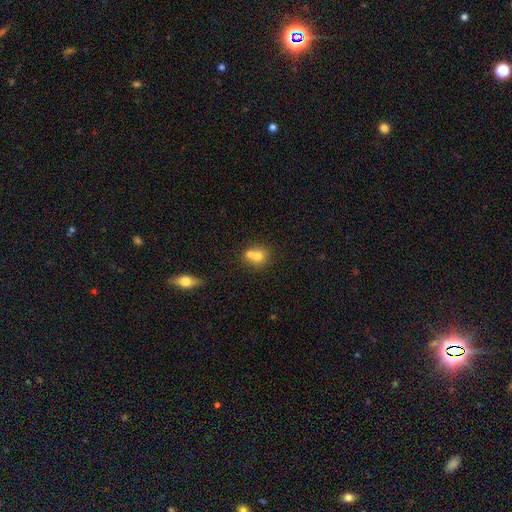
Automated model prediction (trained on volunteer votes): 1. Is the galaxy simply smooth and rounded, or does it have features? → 71% smooth, 18% featured or disk, 11% star or artifact.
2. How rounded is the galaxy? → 77% round, 22% in between, 1% cigar-shaped.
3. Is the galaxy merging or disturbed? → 57% merger, 33% none, 7% minor disturbance, 3% major disturbance.